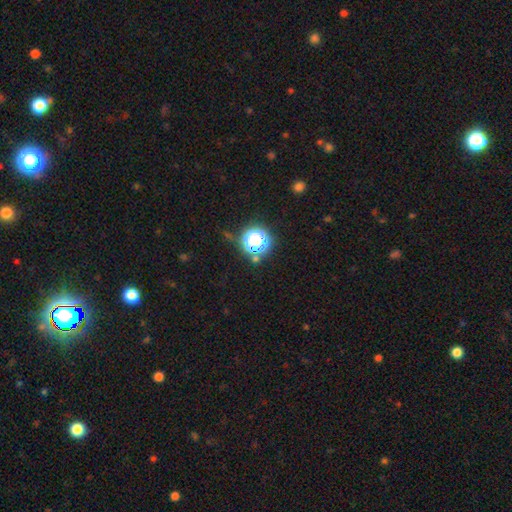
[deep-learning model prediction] Smooth or featured? Predicted: star or artifact (p=0.63).